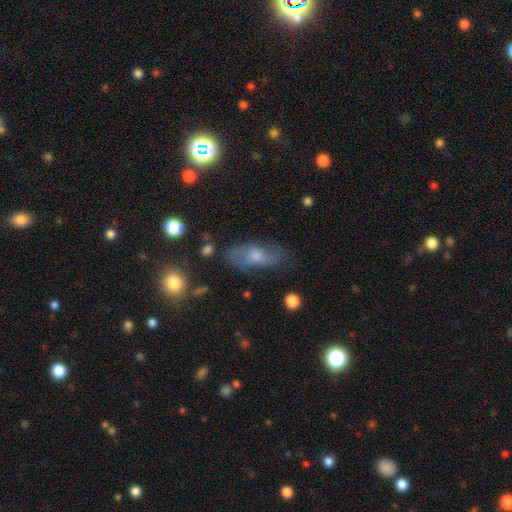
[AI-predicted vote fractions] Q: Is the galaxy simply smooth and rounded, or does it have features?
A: smooth — 52%.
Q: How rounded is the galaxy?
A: in between — 69%.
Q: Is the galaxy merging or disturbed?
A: none — 73%.